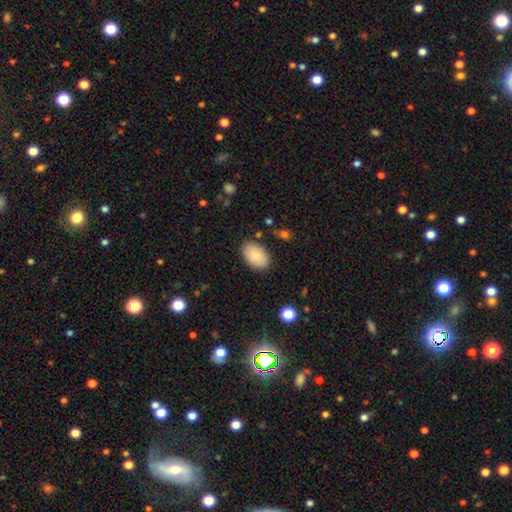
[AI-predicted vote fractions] Q: Smooth or featured?
A: smooth (83%); runner-up: featured or disk (10%)
Q: How rounded?
A: in between (91%); runner-up: round (8%)
Q: Merging?
A: none (82%); runner-up: minor disturbance (13%)